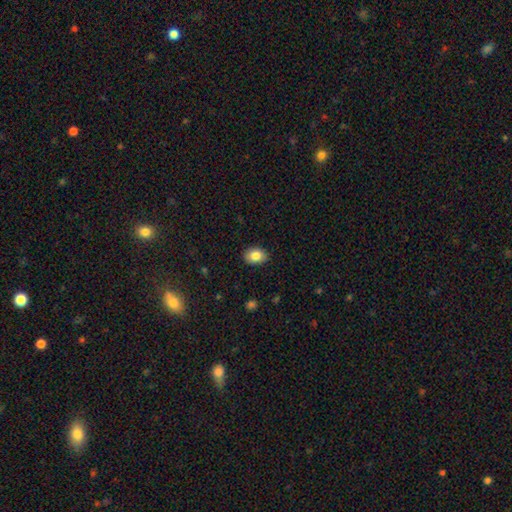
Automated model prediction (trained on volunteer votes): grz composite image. It shows a smooth galaxy with no disk features (84%) that is in between round and cigar-shaped (71%). Merging: none (88%).